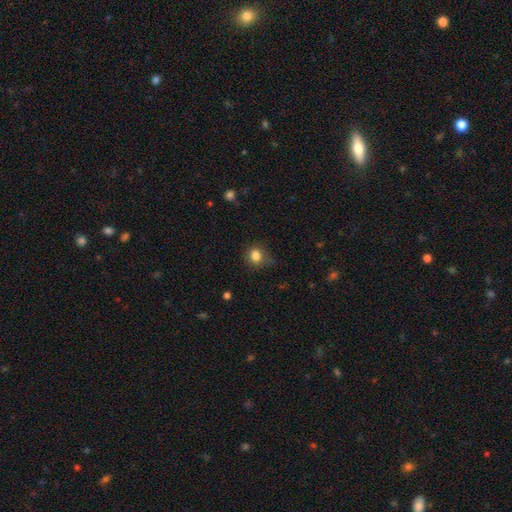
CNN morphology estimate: A smooth galaxy with no disk features (83%) that is round (78%).

Vote fractions:
- Smooth or featured? smooth: 83% / star or artifact: 12% / featured or disk: 5%
- How rounded? round: 78% / in between: 21% / cigar-shaped: 1%
- Merging? none: 75% / minor disturbance: 19% / major disturbance: 5% / merger: 2%